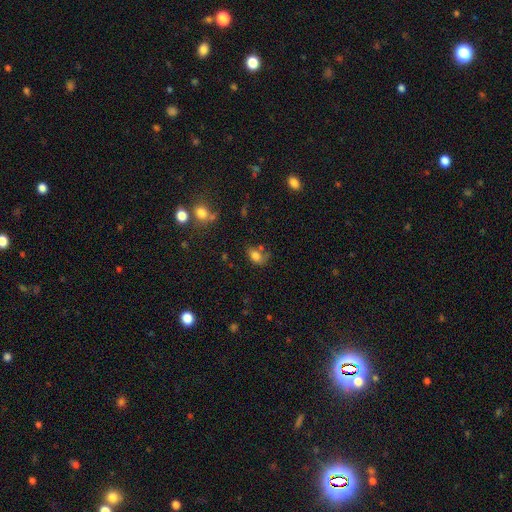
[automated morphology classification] The model was most divided on "merging": none: 49%, minor disturbance: 24%, merger: 15%, major disturbance: 12%. More confident: how rounded — in between (78%); smooth or featured — smooth (78%).